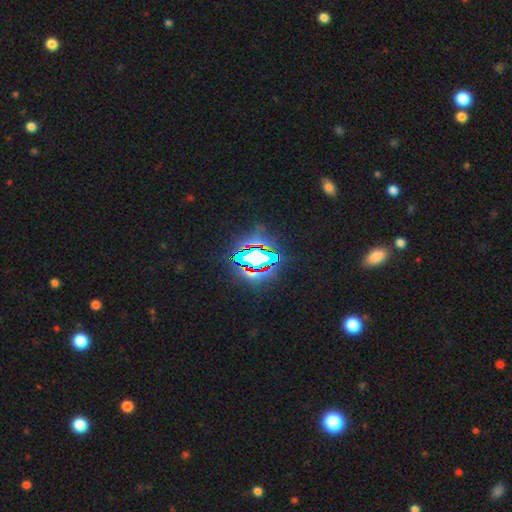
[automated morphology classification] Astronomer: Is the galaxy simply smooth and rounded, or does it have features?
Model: star or artifact — 69%.